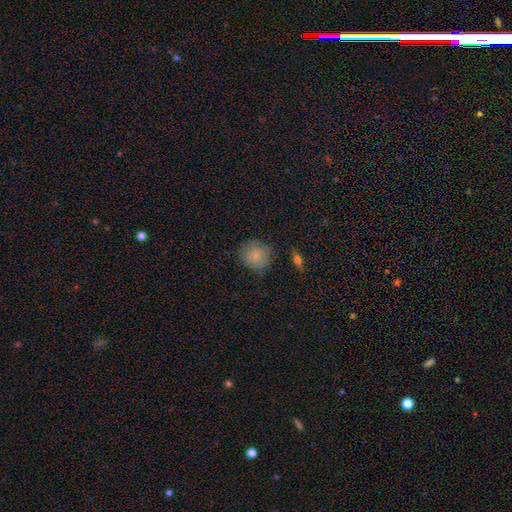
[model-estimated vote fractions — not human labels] Overall: smooth (76%). How rounded: round (87%). Merging: none (75%).